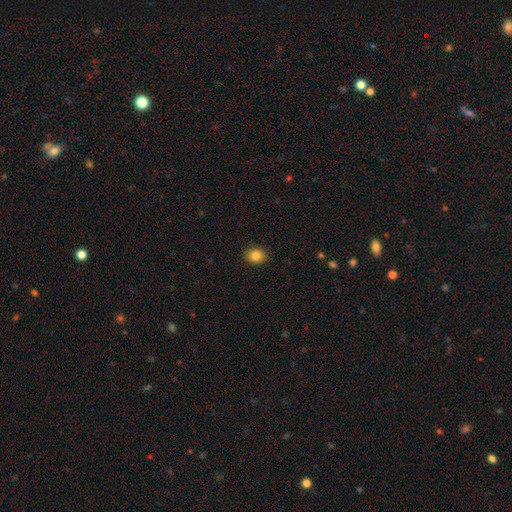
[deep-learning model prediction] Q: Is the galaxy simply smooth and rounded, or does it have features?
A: smooth — 84%.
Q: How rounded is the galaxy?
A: in between — 53%.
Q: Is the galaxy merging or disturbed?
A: none — 90%.